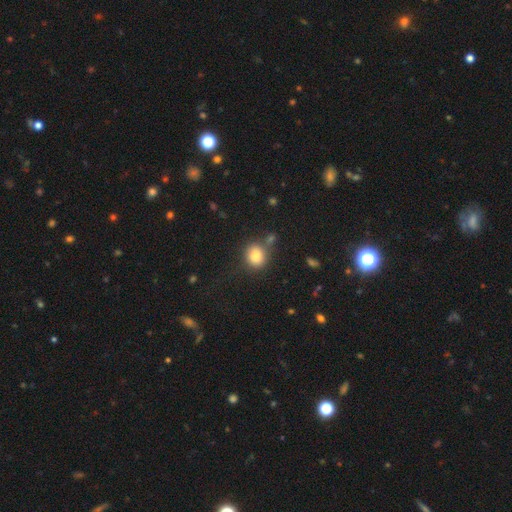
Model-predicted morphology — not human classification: A smooth galaxy with no disk features (84%) that is round (68%). Merging: none (71%).